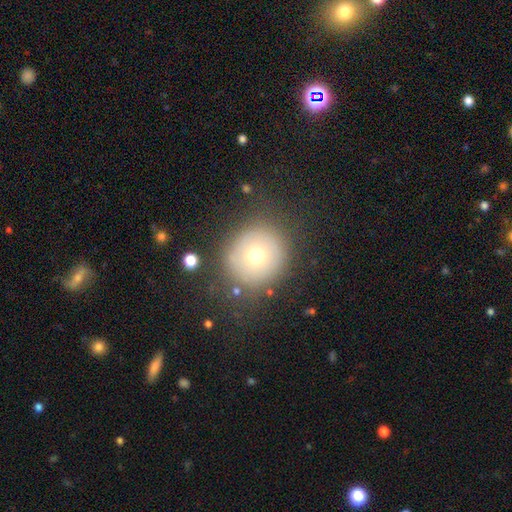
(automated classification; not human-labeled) Morphology: type=smooth (64%); roundness=round (89%); merging=none (77%).